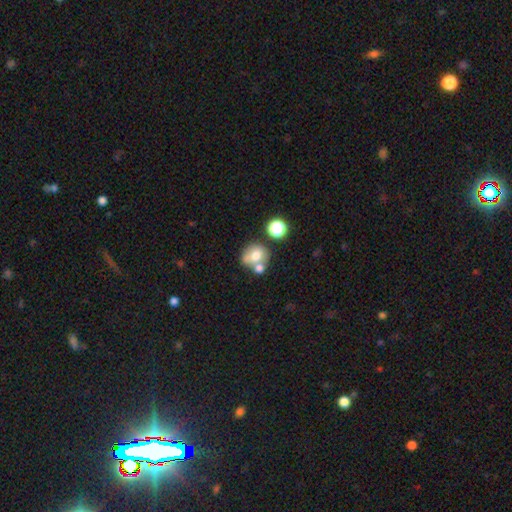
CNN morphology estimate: A smooth galaxy with no disk features (67%) that is round (69%). Merging: none (41%).